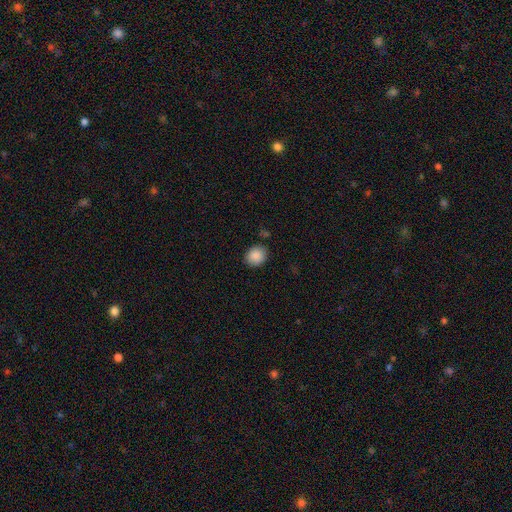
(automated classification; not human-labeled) Smooth or featured? smooth (89%)
How rounded? round (64%)
Merging? none (85%)